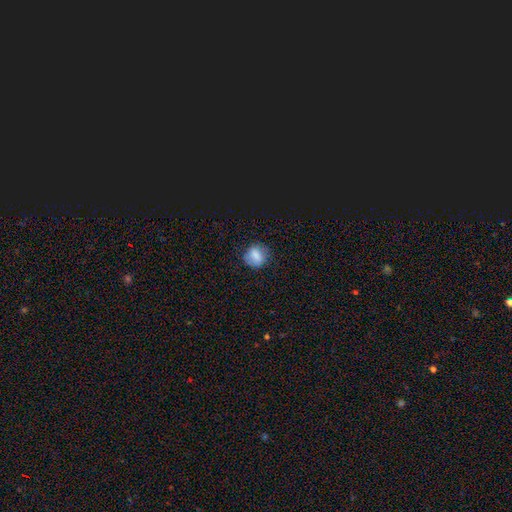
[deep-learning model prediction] A smooth galaxy with no disk features (78%) that is round (72%).

Vote fractions:
- Smooth or featured? smooth: 78% / featured or disk: 12% / star or artifact: 10%
- How rounded? round: 72% / in between: 26% / cigar-shaped: 1%
- Merging? none: 77% / minor disturbance: 17% / major disturbance: 5% / merger: 1%